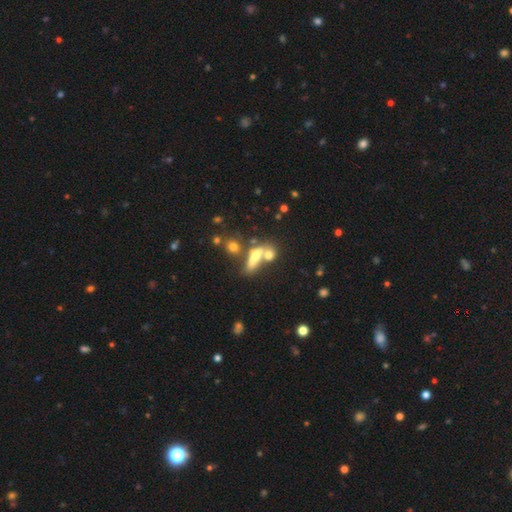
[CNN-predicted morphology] smooth 60%, featured or disk 26%, star or artifact 14%. Down the decision tree: how rounded — in between (44%); merging — merger (44%).